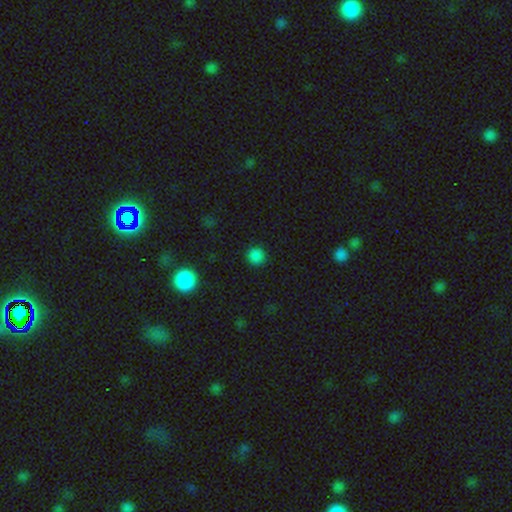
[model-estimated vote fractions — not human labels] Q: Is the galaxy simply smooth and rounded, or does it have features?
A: smooth — 84%.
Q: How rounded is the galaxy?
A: round — 94%.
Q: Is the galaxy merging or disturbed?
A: none — 91%.